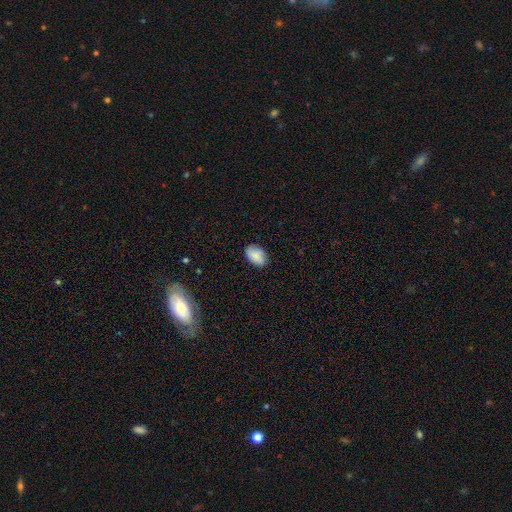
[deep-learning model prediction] A smooth galaxy with no disk features (84%) that is in between round and cigar-shaped (87%).

Vote fractions:
- Smooth or featured? smooth: 84% / featured or disk: 8% / star or artifact: 7%
- How rounded? in between: 87% / round: 11% / cigar-shaped: 1%
- Merging? none: 83% / minor disturbance: 13% / major disturbance: 2% / merger: 1%